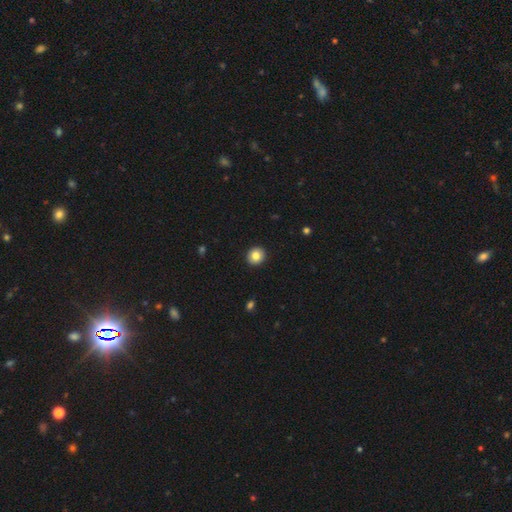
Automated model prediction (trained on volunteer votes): Smooth or featured? smooth (83%)
How rounded? round (89%)
Merging? none (93%)